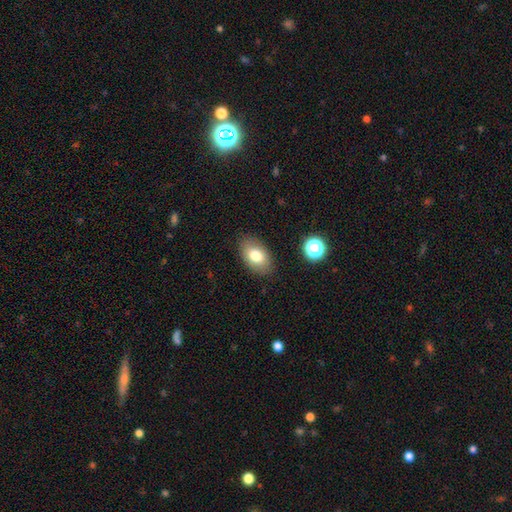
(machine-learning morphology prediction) A smooth galaxy with no disk features (78%) that is in between round and cigar-shaped (89%). Merging: none (85%).